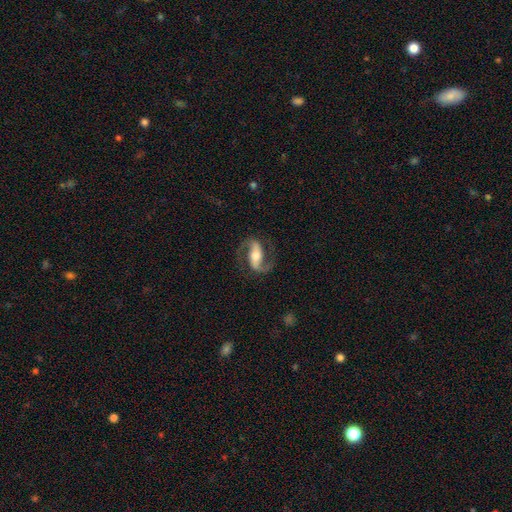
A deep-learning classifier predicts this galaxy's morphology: Smooth or featured? Predicted: featured or disk (p=0.88). Edge-on disk? Predicted: no (p=0.95). Bar? Predicted: strong (p=0.51). Spiral arms? Predicted: yes (p=0.96). Spiral winding? Predicted: medium (p=0.49). Spiral arm count? Predicted: 2 (p=0.93). Bulge size? Predicted: moderate (p=0.61). Merging? Predicted: none (p=0.78).